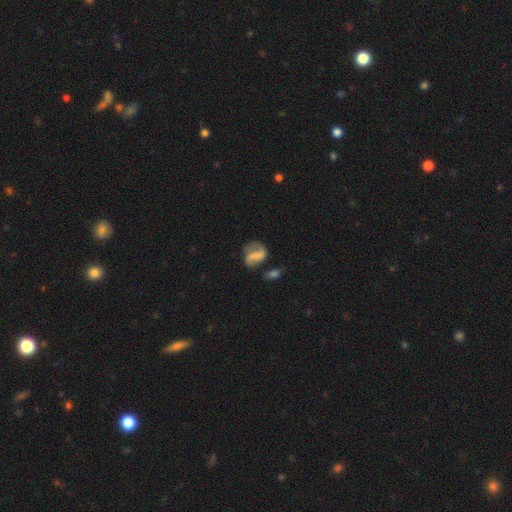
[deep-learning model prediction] A featured or disk galaxy (61%) with a strong bar (43%), spiral arms (79%) and no central bulge (59%).

Vote fractions:
- Smooth or featured? featured or disk: 61% / smooth: 30% / star or artifact: 9%
- Edge-on disk? no: 97% / yes: 3%
- Bar? strong: 43% / weak: 34% / no: 24%
- Spiral arms? yes: 79% / no: 21%
- Bulge size? none: 59% / small: 17% / moderate: 13% / large: 8% / dominant: 2%
- Merging? none: 49% / minor disturbance: 23% / major disturbance: 20% / merger: 9%